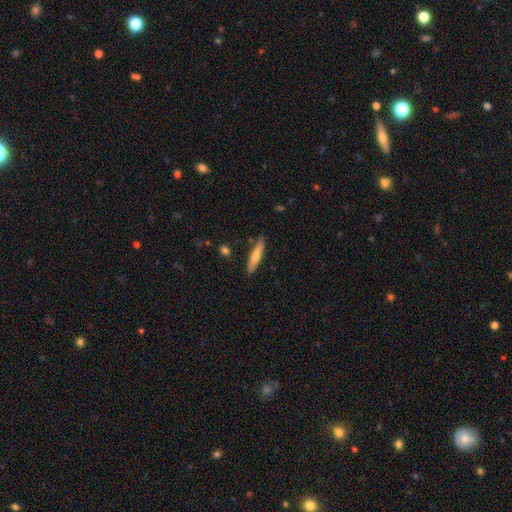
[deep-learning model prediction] The model was most divided on "smooth or featured": smooth: 64%, featured or disk: 30%, star or artifact: 6%. More confident: how rounded — cigar-shaped (87%); merging — none (85%).